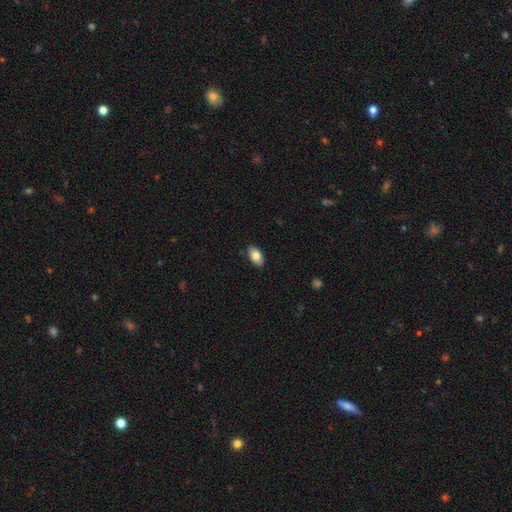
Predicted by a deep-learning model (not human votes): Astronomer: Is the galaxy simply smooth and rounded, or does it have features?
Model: smooth — 79%.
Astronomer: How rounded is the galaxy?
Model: in between — 93%.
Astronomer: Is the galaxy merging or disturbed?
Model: none — 87%.